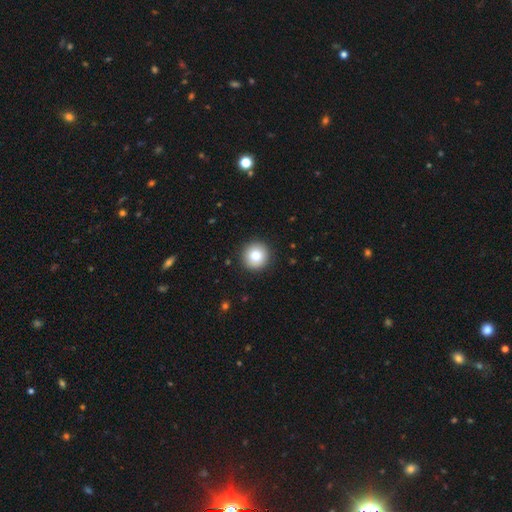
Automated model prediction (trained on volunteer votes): This appears to be a smooth galaxy with no disk features (80%) that is round (95%). Merging: none (92%).